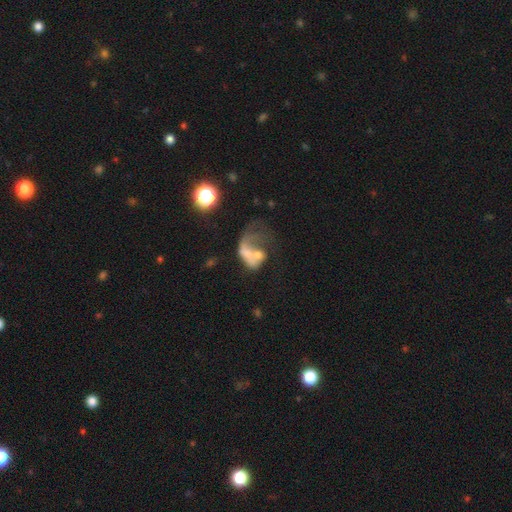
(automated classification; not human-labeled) Smooth or featured?
  - featured or disk: 53% *
  - smooth: 34%
  - star or artifact: 14%
Edge-on disk?
  - no: 97% *
  - yes: 3%
Bar?
  - no: 83% *
  - weak: 13%
  - strong: 3%
Spiral arms?
  - no: 69% *
  - yes: 31%
Bulge size?
  - none: 34% *
  - small: 29%
  - moderate: 28%
  - large: 6%
  - dominant: 3%
Merging?
  - major disturbance: 39% * (tied)
  - merger: 39% * (tied)
  - none: 14%
  - minor disturbance: 9%